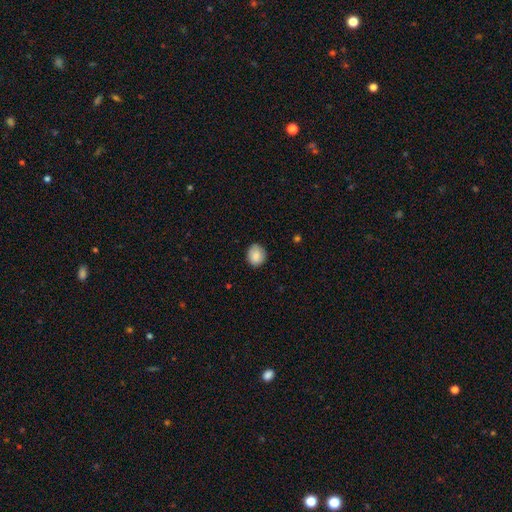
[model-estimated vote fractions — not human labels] smooth_or_featured: smooth (p=0.87) [alt: star or artifact p=0.08]
how_rounded: round (p=0.72) [alt: in between p=0.27]
merging: none (p=0.82) [alt: minor disturbance p=0.14]